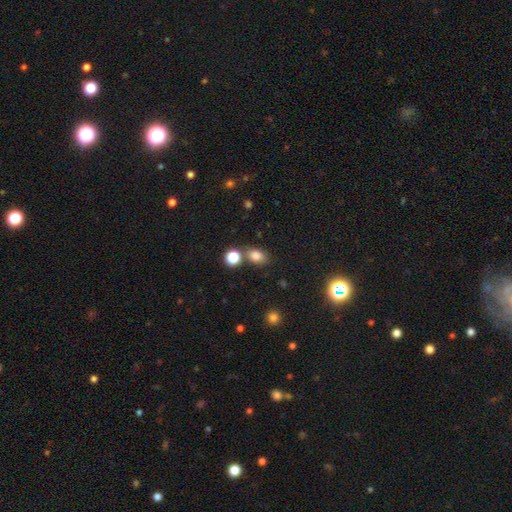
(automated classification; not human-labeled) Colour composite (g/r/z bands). It shows a smooth galaxy with no disk features (80%) that is in between round and cigar-shaped (72%). Merging: none (69%).